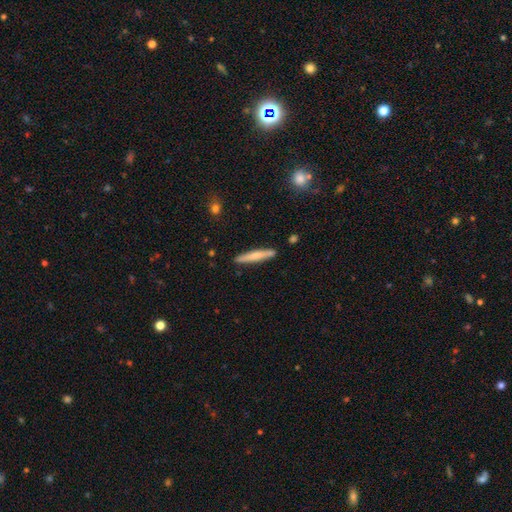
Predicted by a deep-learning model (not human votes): This appears to be a smooth galaxy with no disk features (62%) that is cigar-shaped (93%). Merging: none (86%).